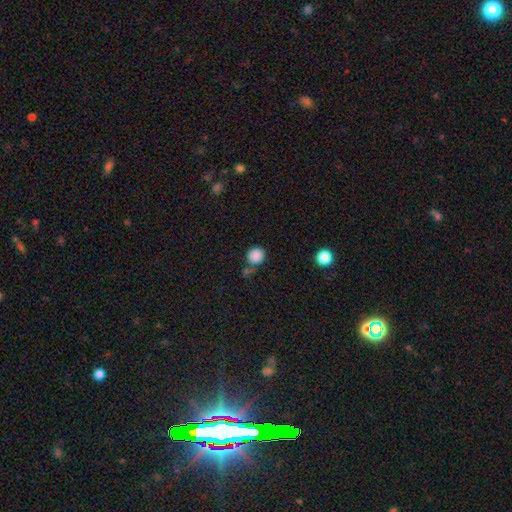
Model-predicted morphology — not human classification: The model was most divided on "merging": none: 69%, merger: 15%, minor disturbance: 12%, major disturbance: 4%. More confident: how rounded — round (92%); smooth or featured — smooth (86%).